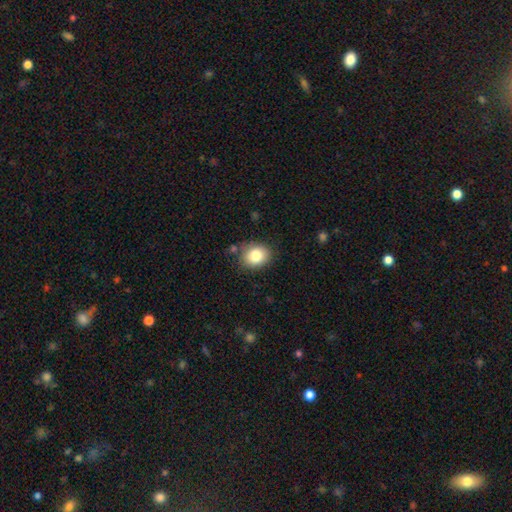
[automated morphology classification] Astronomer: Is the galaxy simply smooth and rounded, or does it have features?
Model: smooth — 83%.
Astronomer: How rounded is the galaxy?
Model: round — 54% (runner-up: in between, 45%).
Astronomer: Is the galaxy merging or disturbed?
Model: none — 79%.